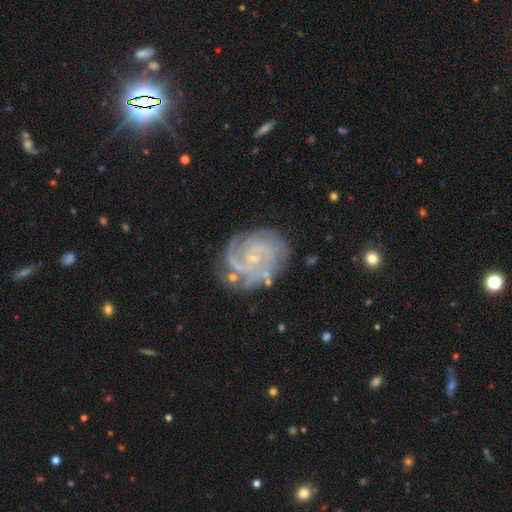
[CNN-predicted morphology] A featured or disk galaxy (80%) with no bar (67%), tight (65%) spiral arms (95%) and a small central bulge (78%). Merging: none (74%).